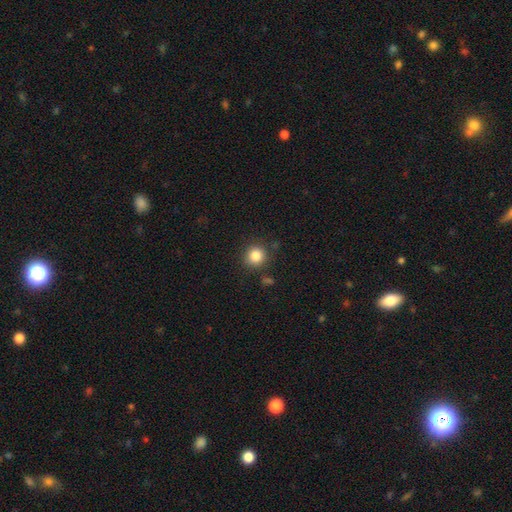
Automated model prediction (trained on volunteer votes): Smooth or featured? smooth (84%)
How rounded? round (89%)
Merging? none (85%)